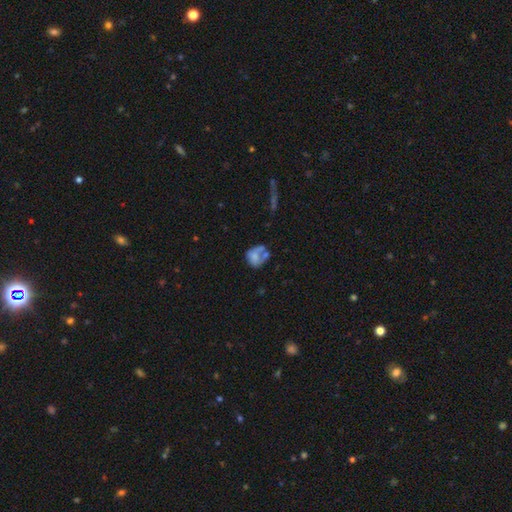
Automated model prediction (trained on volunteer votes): Q: Smooth or featured?
A: smooth (54%); runner-up: featured or disk (36%)
Q: How rounded?
A: round (55%); runner-up: in between (44%)
Q: Merging?
A: none (30%); runner-up: merger (26%)